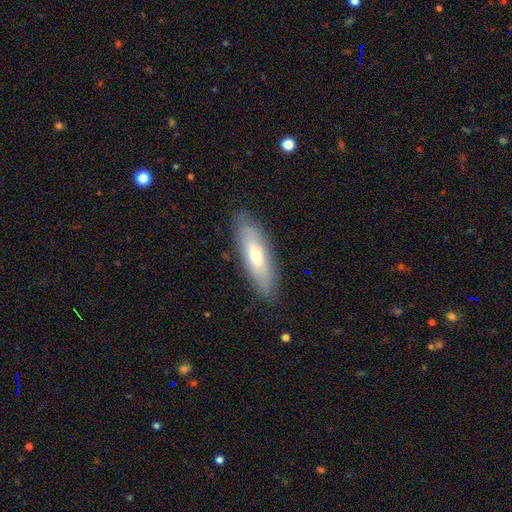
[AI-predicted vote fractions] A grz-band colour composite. It shows a smooth galaxy with no disk features (59%) that is cigar-shaped (53%). Merging: none (83%).